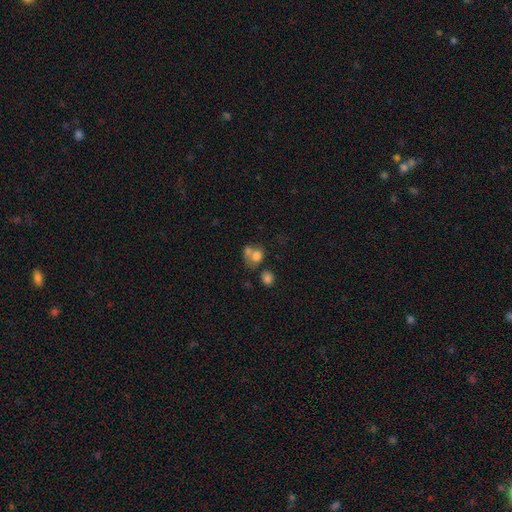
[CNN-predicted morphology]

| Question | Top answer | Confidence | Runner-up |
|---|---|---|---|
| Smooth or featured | smooth | 72% | featured or disk (16%) |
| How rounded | round | 60% | in between (39%) |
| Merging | merger | 50% | none (30%) |